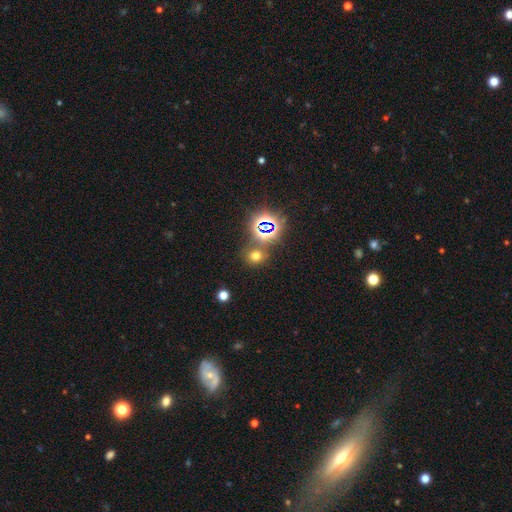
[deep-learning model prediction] A smooth galaxy with no disk features (60%) that is round (79%). Merging: none (75%).